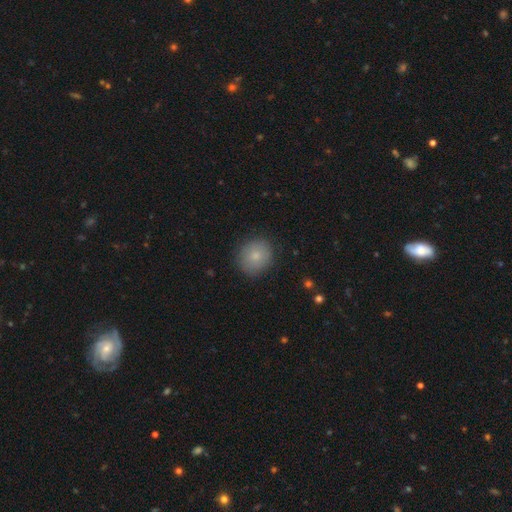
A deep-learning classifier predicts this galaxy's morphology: Smooth or featured: smooth — 81% (featured or disk — 11%)
How rounded: round — 79% (in between — 20%)
Merging: none — 85% (minor disturbance — 11%)